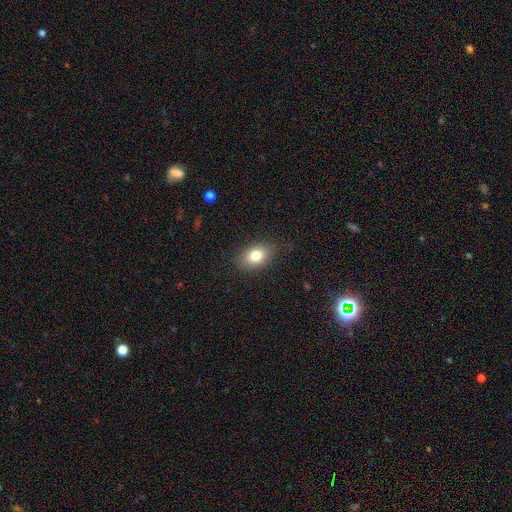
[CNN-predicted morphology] Smooth or featured? smooth (79%)
How rounded? in between (81%)
Merging? none (83%)